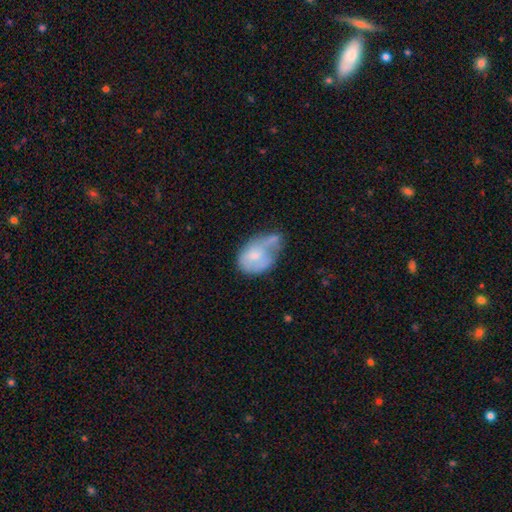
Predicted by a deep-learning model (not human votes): A smooth galaxy with no disk features (54%) that is in between round and cigar-shaped (76%). Merging: minor disturbance (30%).